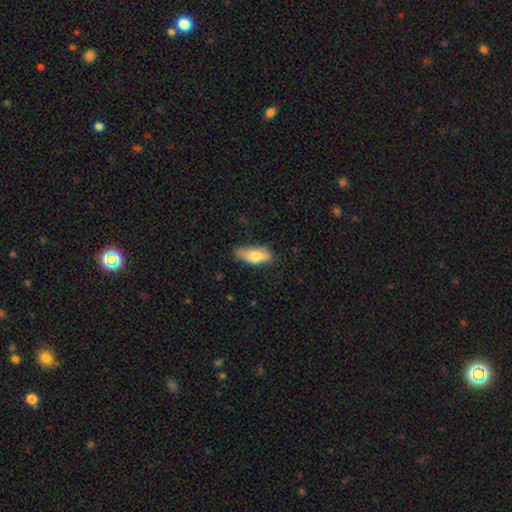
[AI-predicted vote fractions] Smooth or featured? smooth (71%)
How rounded? in between (78%)
Merging? none (61%)